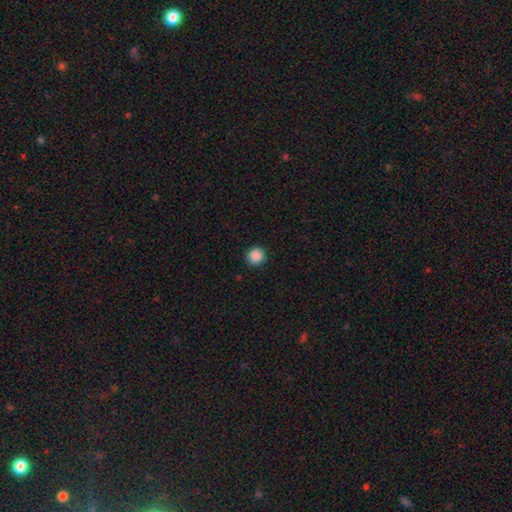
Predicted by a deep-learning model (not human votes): Smooth or featured?
  - smooth: 88% *
  - star or artifact: 9%
  - featured or disk: 2%
How rounded?
  - round: 93% *
  - in between: 7%
  - cigar-shaped: 1%
Merging?
  - none: 91% *
  - minor disturbance: 6%
  - major disturbance: 2%
  - merger: 1%